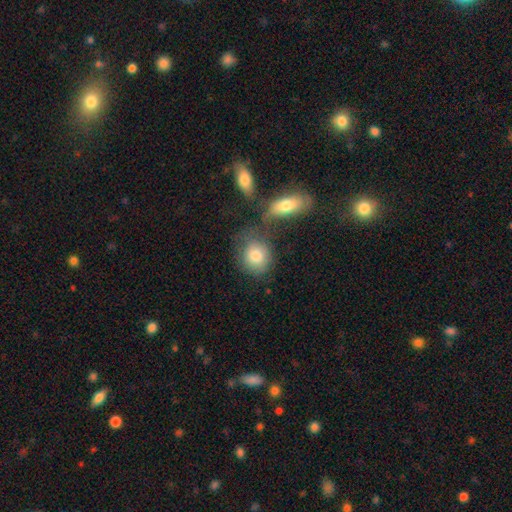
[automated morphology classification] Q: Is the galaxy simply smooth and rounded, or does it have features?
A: smooth — 80%.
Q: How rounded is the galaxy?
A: round — 71%.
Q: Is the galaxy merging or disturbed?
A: none — 53%.